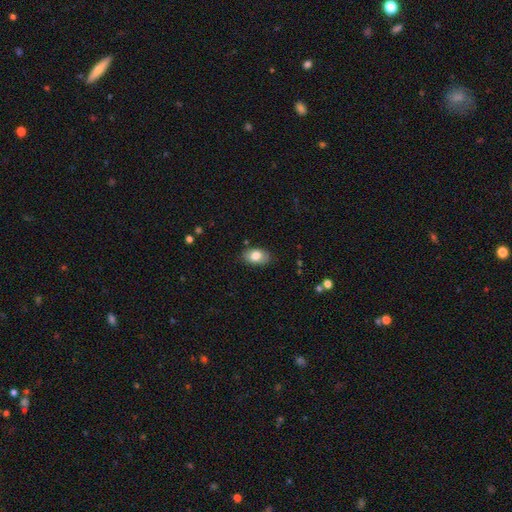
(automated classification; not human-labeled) This appears to be a smooth galaxy with no disk features (79%) that is in between round and cigar-shaped (89%). Merging: none (81%).